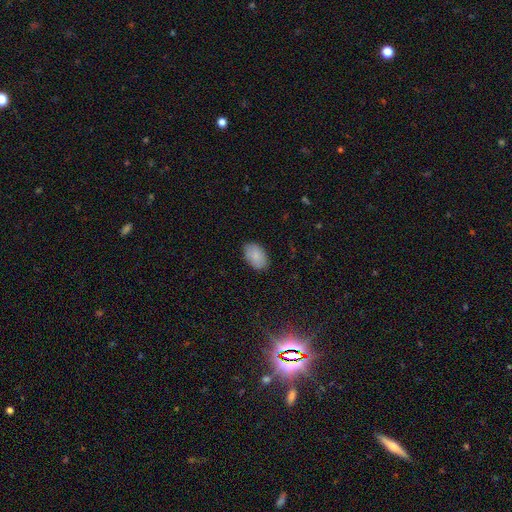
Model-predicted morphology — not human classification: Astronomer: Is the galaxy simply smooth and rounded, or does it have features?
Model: smooth — 85%.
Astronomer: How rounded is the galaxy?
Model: in between — 92%.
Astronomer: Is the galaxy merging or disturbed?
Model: none — 85%.